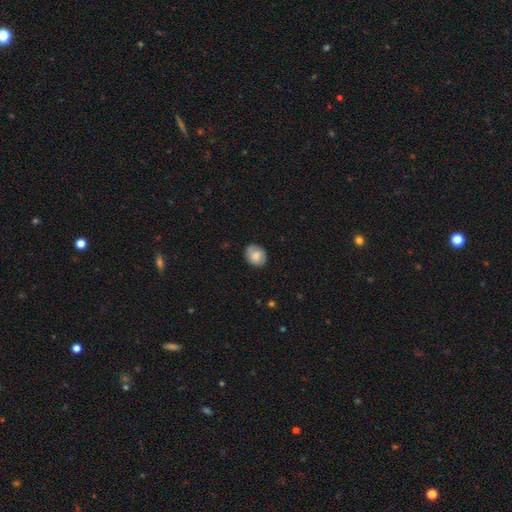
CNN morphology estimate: smooth 71%, featured or disk 21%, star or artifact 8%. Down the decision tree: how rounded — round (57%); merging — none (81%).